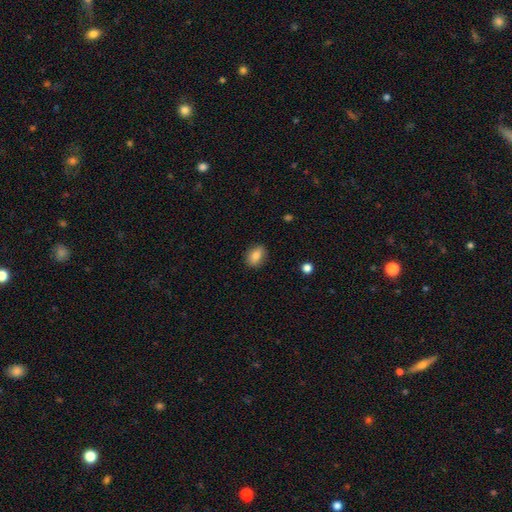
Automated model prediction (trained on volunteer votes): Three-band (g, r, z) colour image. It shows a smooth galaxy with no disk features (82%) that is in between round and cigar-shaped (70%). Merging: none (85%).